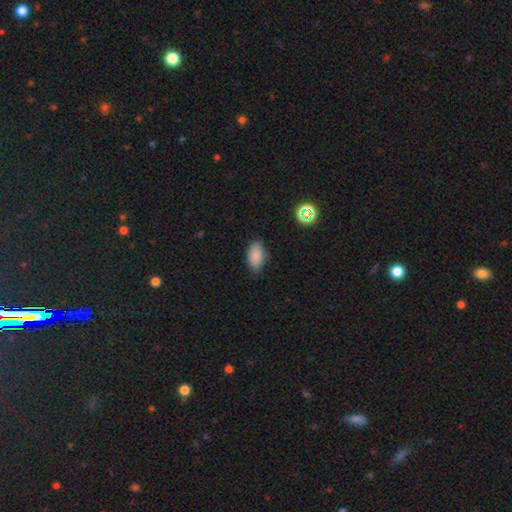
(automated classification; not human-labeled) Smooth or featured: smooth — 86% (star or artifact — 9%)
How rounded: in between — 92% (round — 4%)
Merging: none — 82% (minor disturbance — 14%)